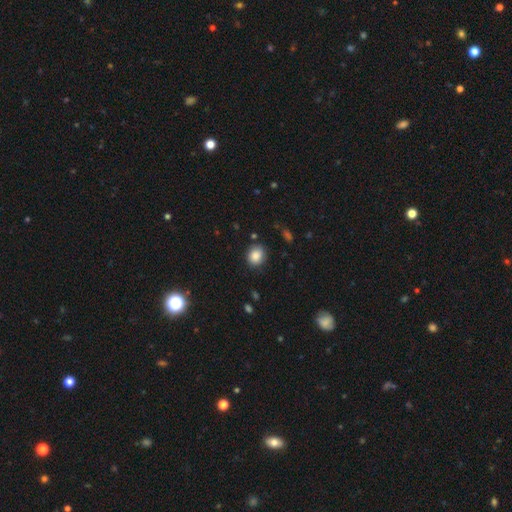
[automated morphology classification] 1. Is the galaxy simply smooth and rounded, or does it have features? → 86% smooth, 9% star or artifact, 5% featured or disk.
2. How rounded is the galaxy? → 72% round, 27% in between, 1% cigar-shaped.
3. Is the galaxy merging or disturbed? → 85% none, 10% minor disturbance, 3% major disturbance, 2% merger.